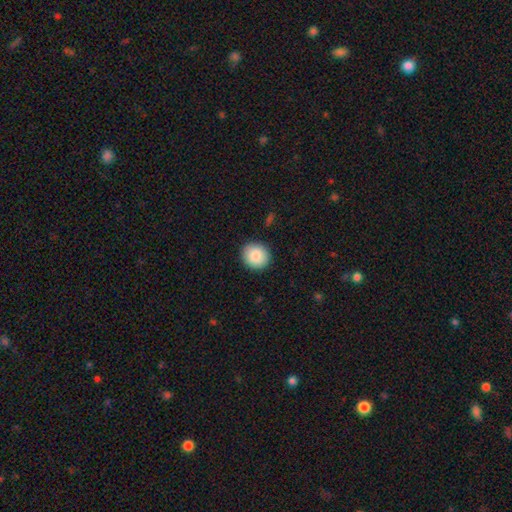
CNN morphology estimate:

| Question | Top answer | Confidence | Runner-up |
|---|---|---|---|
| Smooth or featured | smooth | 87% | star or artifact (7%) |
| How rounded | round | 86% | in between (13%) |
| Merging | none | 91% | minor disturbance (6%) |